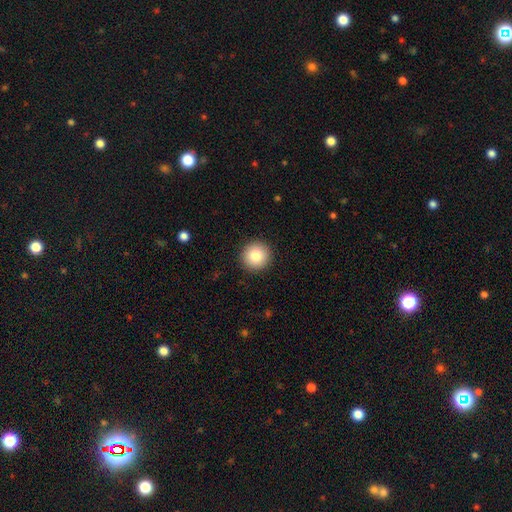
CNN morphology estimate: A smooth galaxy with no disk features (85%) that is round (95%). Merging: none (92%).